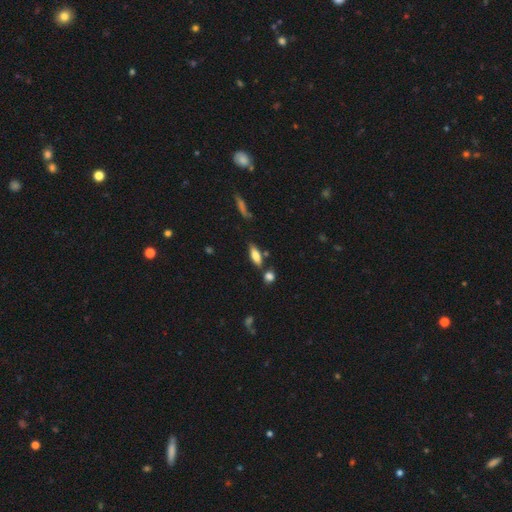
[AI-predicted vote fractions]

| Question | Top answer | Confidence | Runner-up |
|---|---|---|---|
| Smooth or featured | smooth | 75% | featured or disk (17%) |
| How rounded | in between | 62% | cigar-shaped (35%) |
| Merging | none | 72% | minor disturbance (14%) |